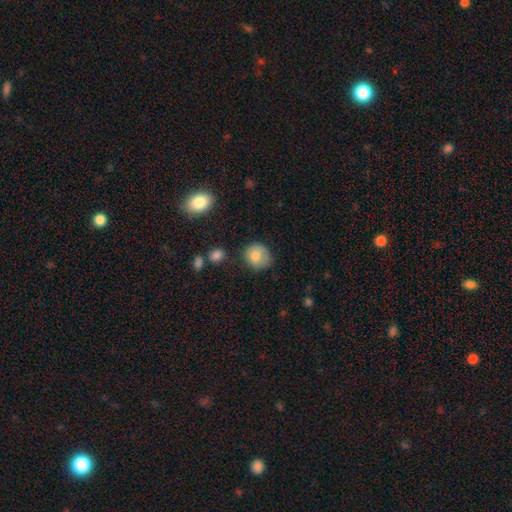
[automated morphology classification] smooth-or-featured: smooth: 78% | featured or disk: 13% | star or artifact: 9%
  how-rounded: round: 78% | in between: 21% | cigar-shaped: 1%
  merging: none: 67% | minor disturbance: 24% | major disturbance: 6% | merger: 3%